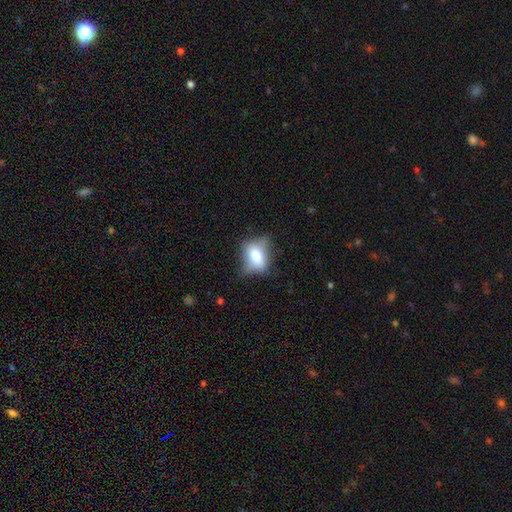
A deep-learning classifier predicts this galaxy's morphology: smooth_or_featured: smooth (p=0.66) [alt: featured or disk p=0.25]
how_rounded: in between (p=0.77) [alt: round p=0.19]
merging: none (p=0.52) [alt: minor disturbance p=0.31]